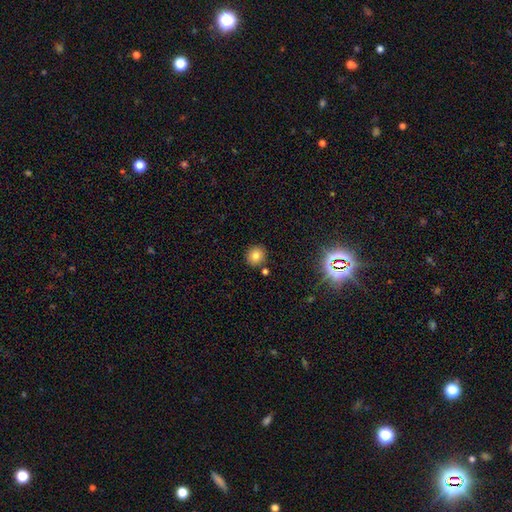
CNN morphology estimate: A smooth galaxy with no disk features (78%) that is round (90%). Merging: none (84%).